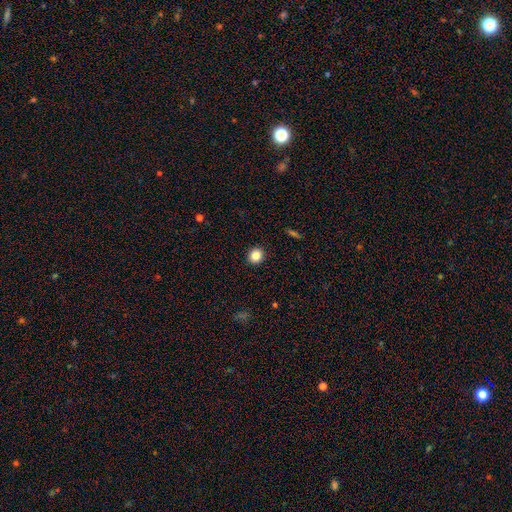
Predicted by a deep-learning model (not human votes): smooth_or_featured: smooth (p=0.85) [alt: star or artifact p=0.10]
how_rounded: round (p=0.87) [alt: in between p=0.12]
merging: none (p=0.92) [alt: minor disturbance p=0.05]